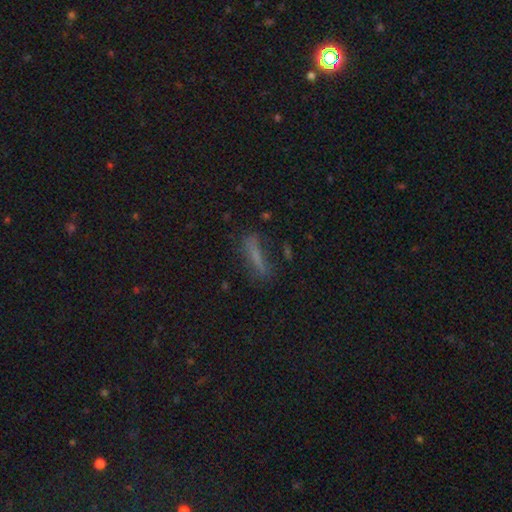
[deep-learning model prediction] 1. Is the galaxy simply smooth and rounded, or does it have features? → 64% smooth, 21% featured or disk, 14% star or artifact.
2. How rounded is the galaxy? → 82% cigar-shaped, 15% in between, 2% round.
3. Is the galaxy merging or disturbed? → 66% none, 20% minor disturbance, 10% major disturbance, 4% merger.